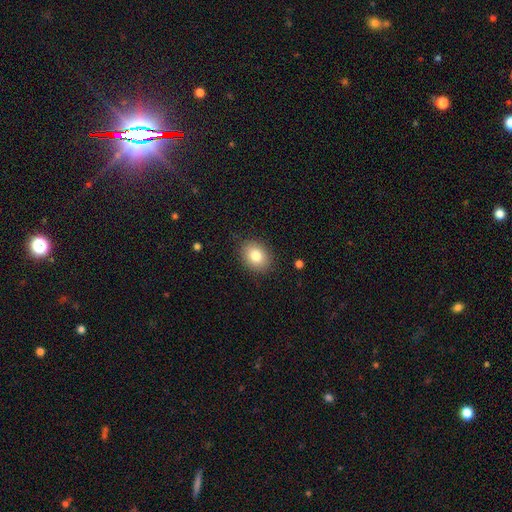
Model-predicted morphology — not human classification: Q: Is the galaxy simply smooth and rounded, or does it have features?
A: smooth — 81%.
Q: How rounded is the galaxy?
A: in between — 54%.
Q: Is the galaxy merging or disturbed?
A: none — 86%.